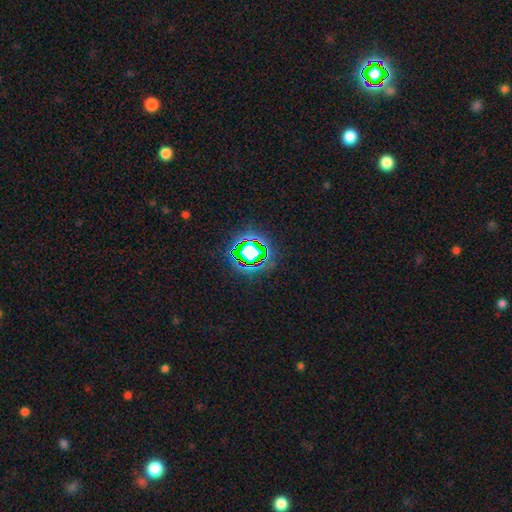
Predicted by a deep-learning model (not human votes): Overall: star or artifact (79%).